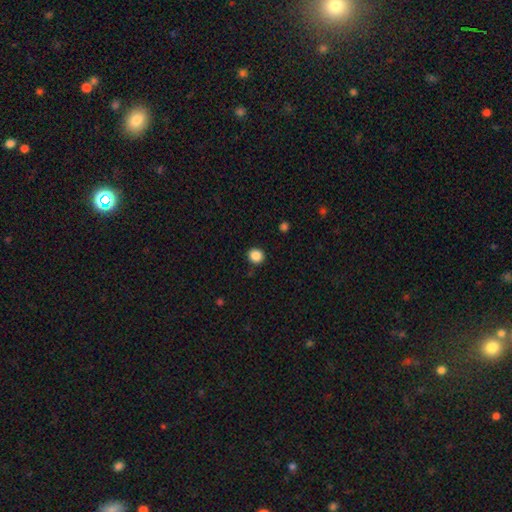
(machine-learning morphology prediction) A smooth galaxy with no disk features (87%) that is round (87%). Merging: none (91%).